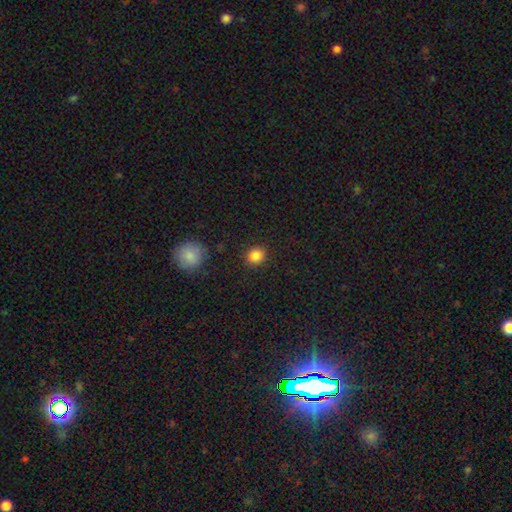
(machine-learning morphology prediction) type=smooth (85%); roundness=round (78%); merging=none (89%).